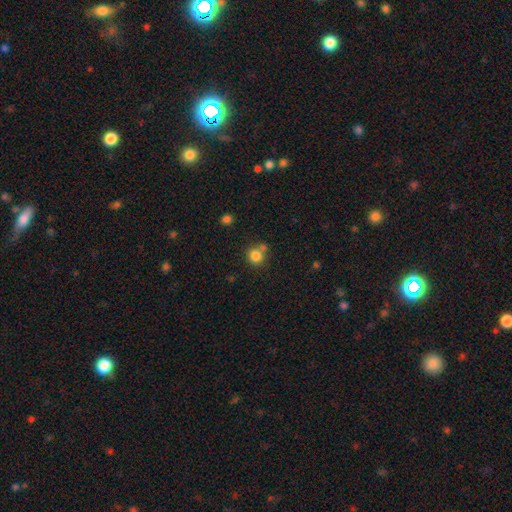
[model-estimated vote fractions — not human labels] This is clearly a smooth galaxy (82%). How rounded: clearly round (89%). Merging: possibly none (60%).